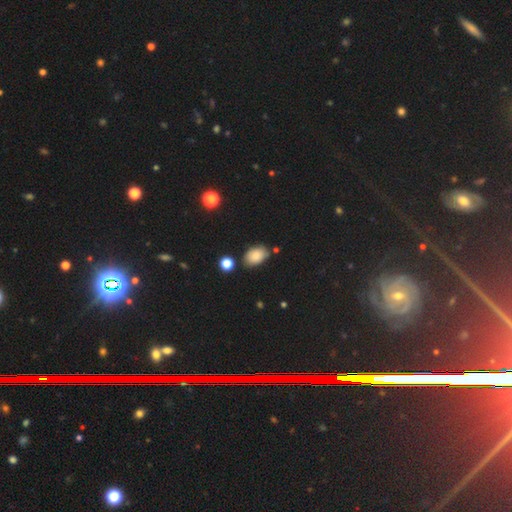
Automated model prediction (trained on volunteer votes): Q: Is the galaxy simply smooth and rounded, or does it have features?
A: smooth — 84%.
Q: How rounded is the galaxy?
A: in between — 88%.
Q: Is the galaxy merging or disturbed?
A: none — 75%.